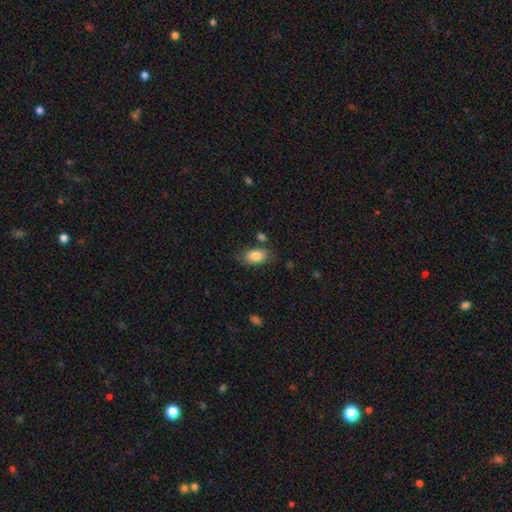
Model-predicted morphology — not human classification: Overall: smooth (82%). How rounded: in between (89%). Merging: none (70%).